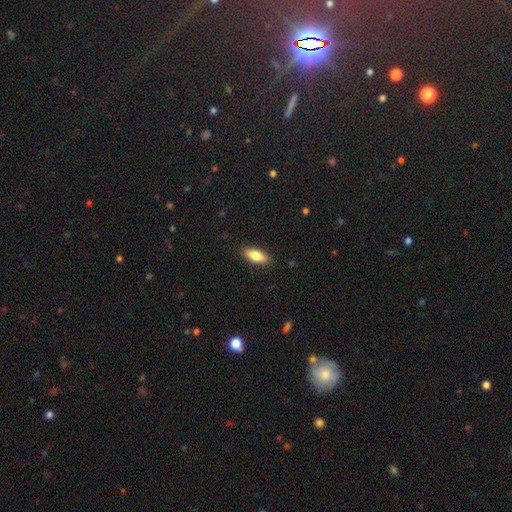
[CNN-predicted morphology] smooth-or-featured: smooth: 77% | featured or disk: 16% | star or artifact: 6%
  how-rounded: in between: 79% | cigar-shaped: 18% | round: 3%
  merging: none: 88% | minor disturbance: 9% | major disturbance: 2% | merger: 1%